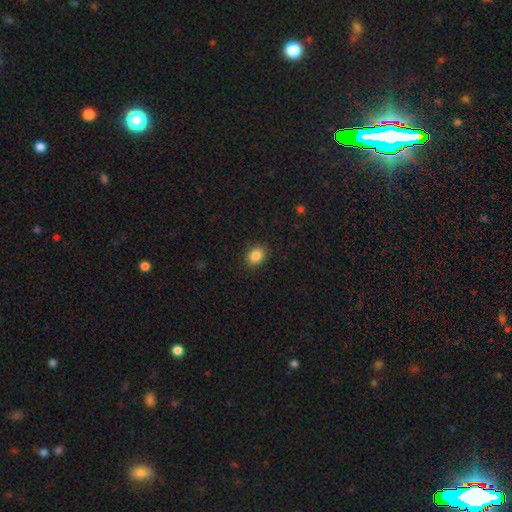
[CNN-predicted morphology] type=smooth (86%); roundness=in between (50%); merging=none (89%).